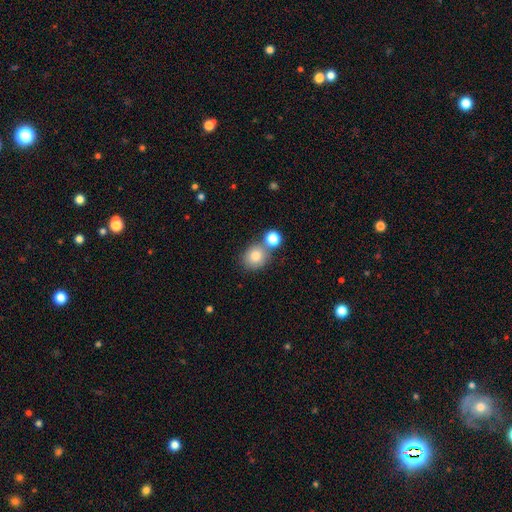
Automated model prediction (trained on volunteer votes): smooth 81%, star or artifact 11%, featured or disk 8%. Down the decision tree: how rounded — round (78%); merging — none (61%).